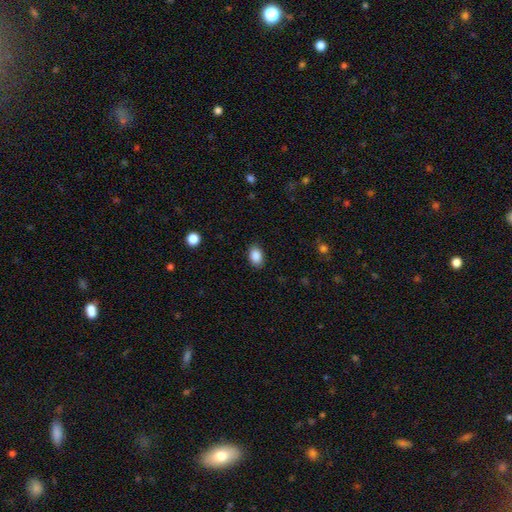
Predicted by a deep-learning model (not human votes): This is clearly a smooth galaxy (88%). How rounded: clearly in between (83%). Merging: clearly none (87%).